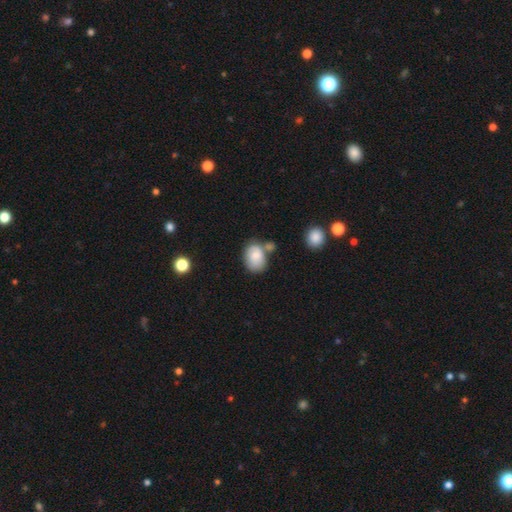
Q: Smooth or featured?
A: smooth (84%); runner-up: featured or disk (11%)
Q: How rounded?
A: in between (72%); runner-up: round (28%)
Q: Merging?
A: none (56%); runner-up: minor disturbance (19%)